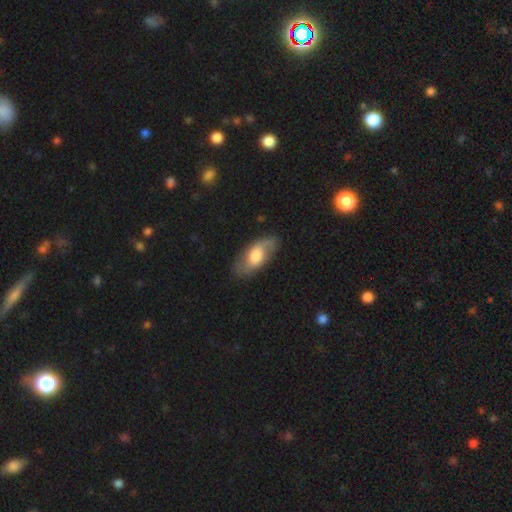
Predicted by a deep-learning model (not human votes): Smooth or featured? Predicted: featured or disk (p=0.48). Merging? Predicted: none (p=0.75).